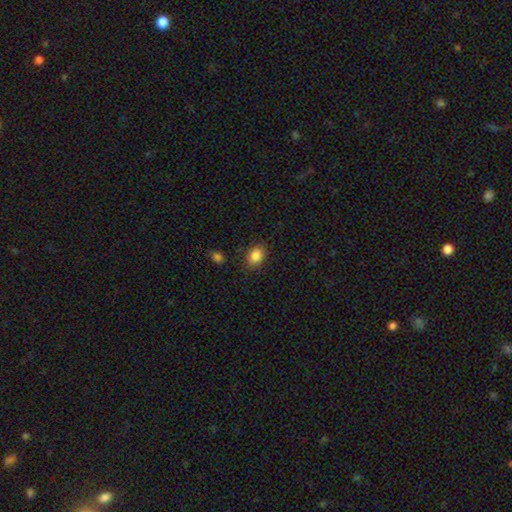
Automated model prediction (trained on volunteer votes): The model was most divided on "how rounded": in between: 73%, round: 26%, cigar-shaped: 1%. More confident: smooth or featured — smooth (86%); merging — none (84%).